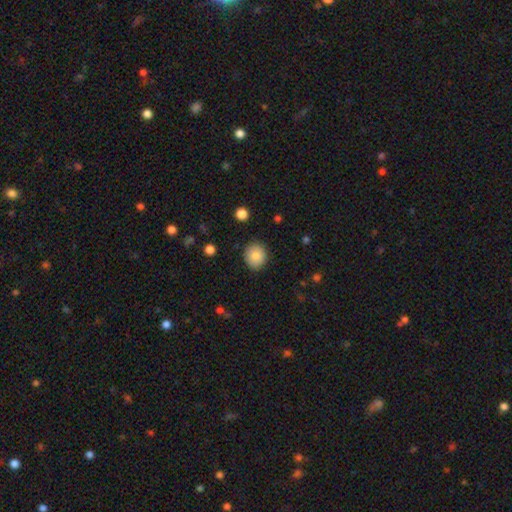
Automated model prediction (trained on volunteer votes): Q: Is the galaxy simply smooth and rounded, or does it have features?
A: smooth — 84%.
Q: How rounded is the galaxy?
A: round — 80%.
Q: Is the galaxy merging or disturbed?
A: none — 87%.